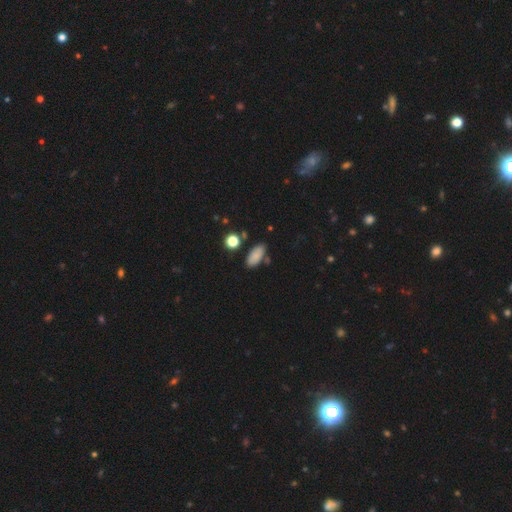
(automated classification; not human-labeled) smooth 84%, star or artifact 9%, featured or disk 7%. Down the decision tree: how rounded — in between (87%); merging — none (76%).